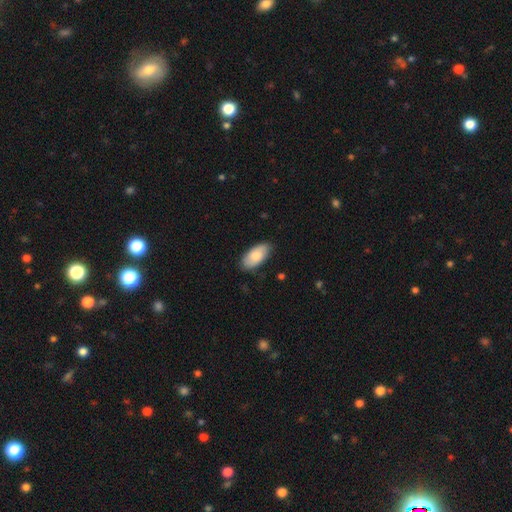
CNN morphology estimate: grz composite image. It shows a smooth galaxy with no disk features (77%) that is in between round and cigar-shaped (93%). Merging: none (84%).